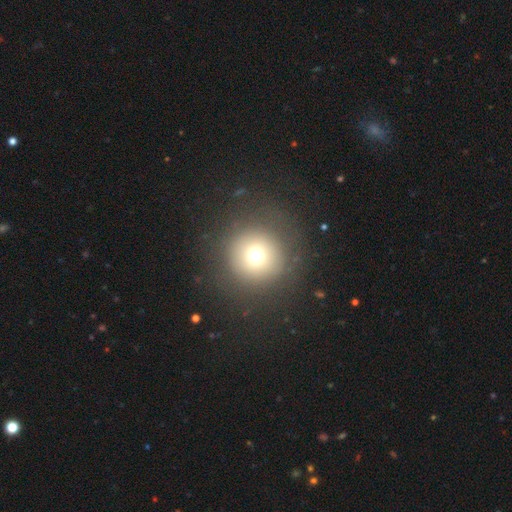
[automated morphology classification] Smooth or featured? Predicted: smooth (p=0.69). How rounded? Predicted: round (p=0.95). Merging? Predicted: none (p=0.83).